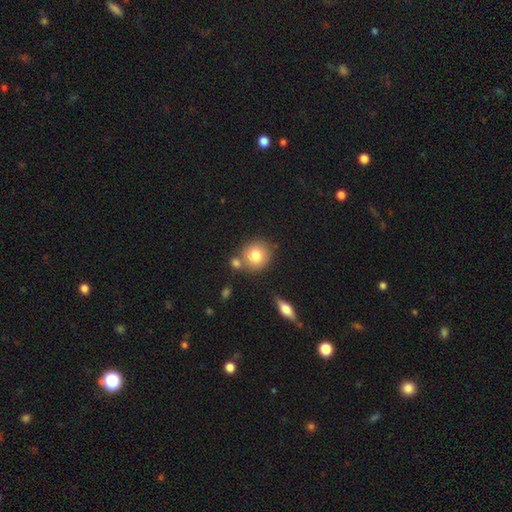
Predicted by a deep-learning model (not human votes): This is likely a smooth galaxy (78%). How rounded: clearly round (84%). Merging: likely none (68%).